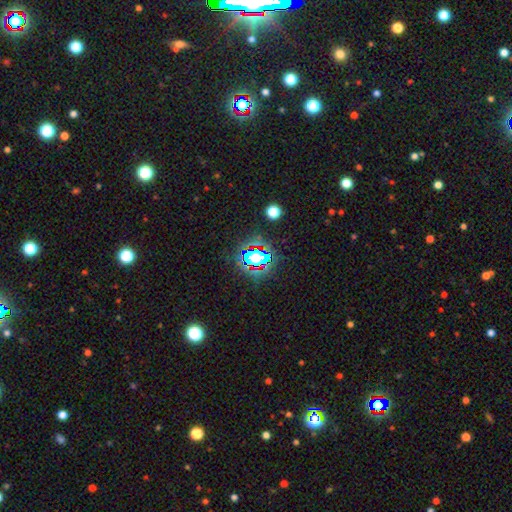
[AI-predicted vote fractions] Q: Smooth or featured?
A: star or artifact (62%); runner-up: smooth (25%)